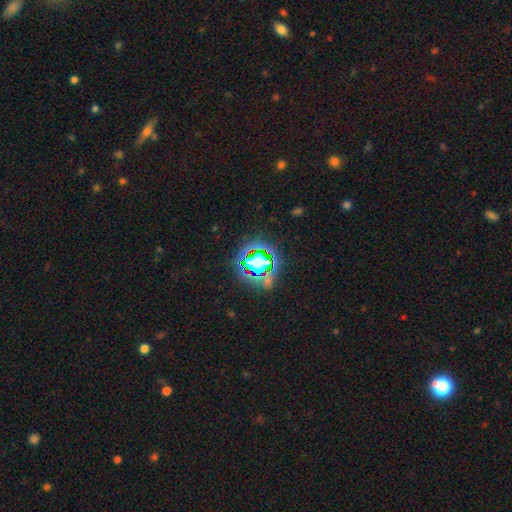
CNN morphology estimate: smooth-or-featured: star or artifact: 72% | smooth: 18% | featured or disk: 10%